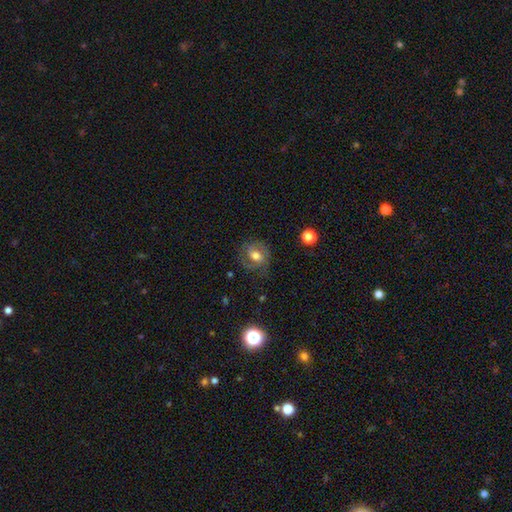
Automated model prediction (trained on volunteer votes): Smooth or featured: featured or disk — 60% (smooth — 30%)
Edge-on disk: no — 97% (yes — 3%)
Bar: no — 47% (weak — 39%)
Spiral arms: yes — 84% (no — 16%)
Bulge size: moderate — 70% (large — 14%)
Merging: none — 70% (minor disturbance — 18%)